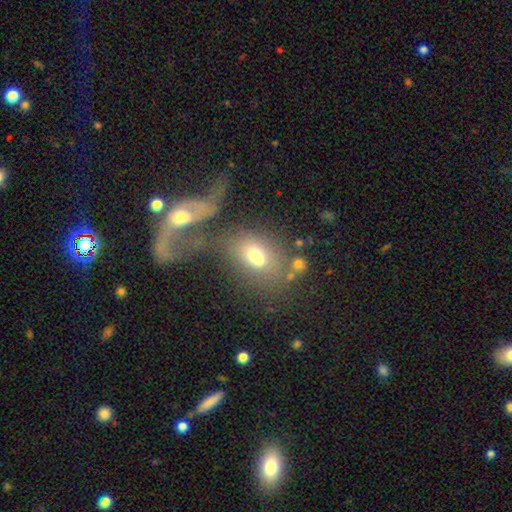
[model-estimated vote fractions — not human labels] Smooth or featured? Predicted: smooth (p=0.56). How rounded? Predicted: in between (p=0.72). Merging? Predicted: merger (p=0.56).